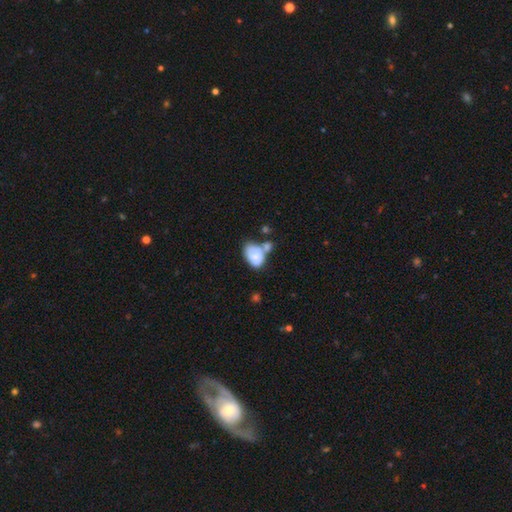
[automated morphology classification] This is possibly a smooth galaxy (51%). How rounded: clearly in between (82%). Merging: marginally merger (41%).